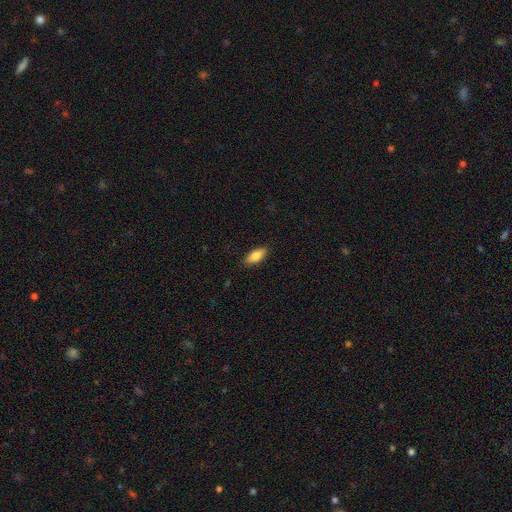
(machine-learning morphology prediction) Smooth or featured: smooth — 83% (featured or disk — 10%)
How rounded: in between — 84% (cigar-shaped — 14%)
Merging: none — 87% (minor disturbance — 10%)